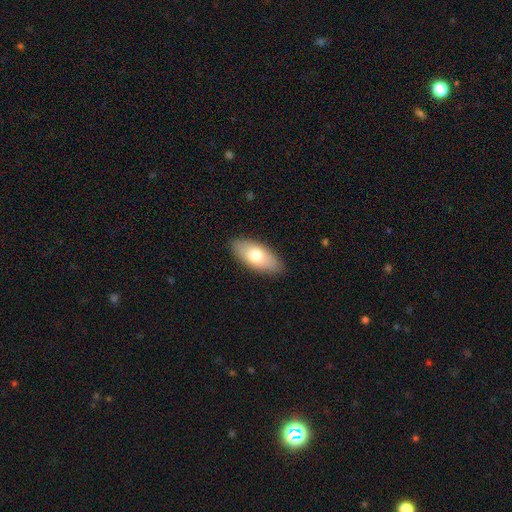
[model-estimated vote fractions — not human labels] This is likely a smooth galaxy (74%). How rounded: clearly in between (87%). Merging: clearly none (87%).